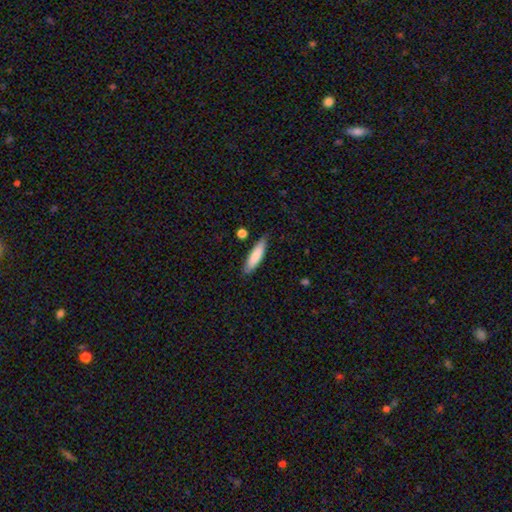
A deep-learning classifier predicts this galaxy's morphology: This is clearly a smooth galaxy (82%). How rounded: likely cigar-shaped (72%). Merging: clearly none (82%).